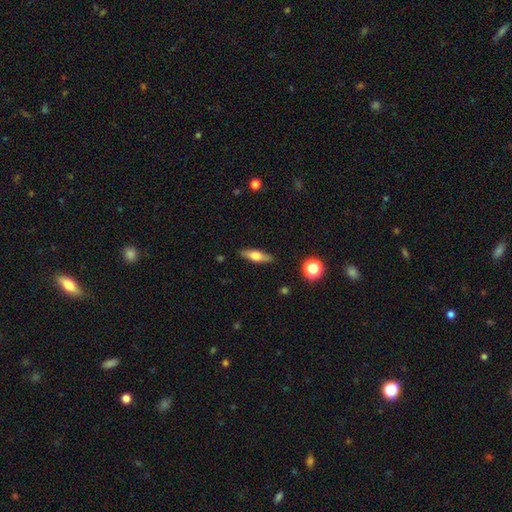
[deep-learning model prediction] This is possibly a smooth galaxy (50%). How rounded: possibly cigar-shaped (52%). Merging: clearly none (87%).